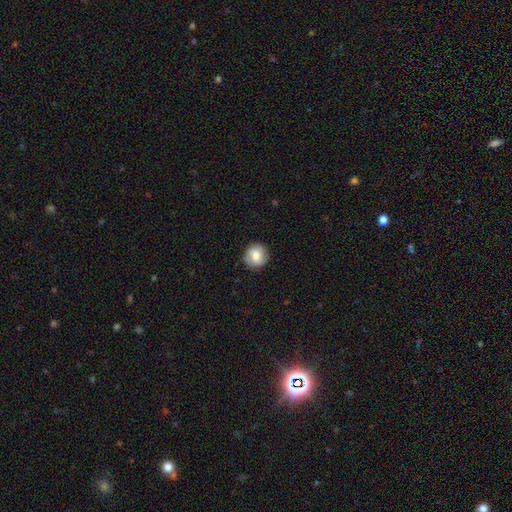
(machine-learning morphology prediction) A smooth galaxy with no disk features (70%) that is round (88%). Merging: none (84%).